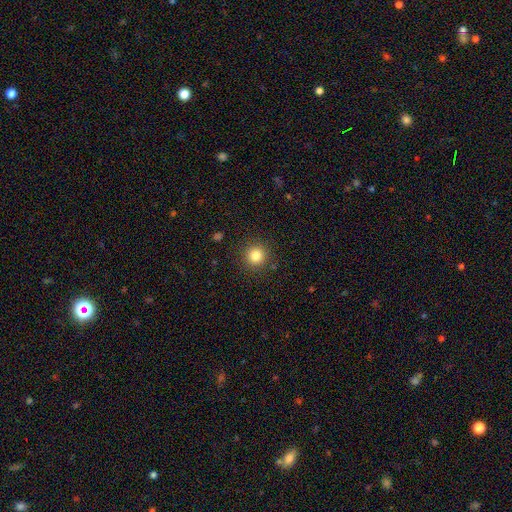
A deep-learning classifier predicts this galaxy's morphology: A smooth galaxy with no disk features (83%) that is round (95%).

Vote fractions:
- Smooth or featured? smooth: 83% / star or artifact: 12% / featured or disk: 5%
- How rounded? round: 95% / in between: 5% / cigar-shaped: 1%
- Merging? none: 90% / minor disturbance: 6% / major disturbance: 2% / merger: 1%